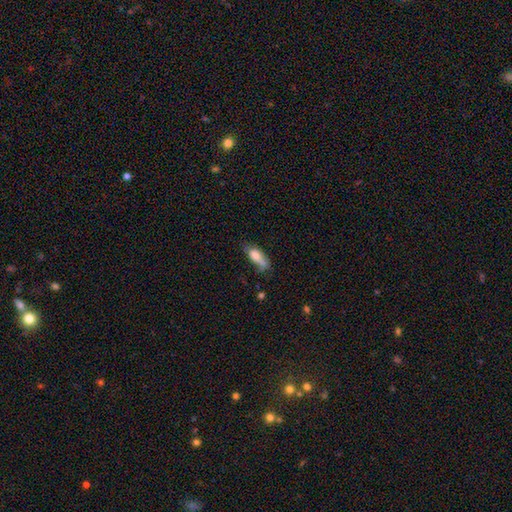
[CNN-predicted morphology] Smooth or featured? smooth (70%)
How rounded? in between (77%)
Merging? none (37%)